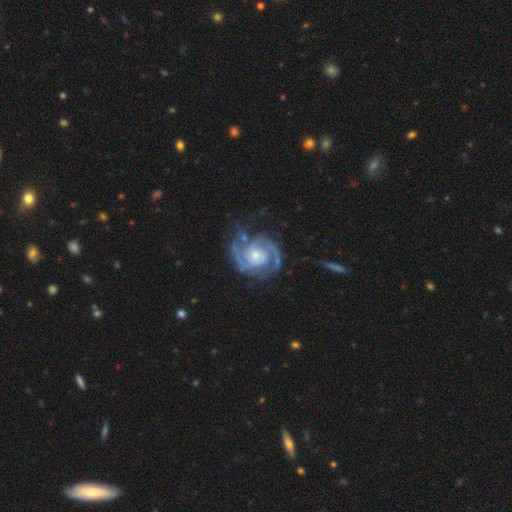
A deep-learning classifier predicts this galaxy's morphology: A featured or disk galaxy (91%) with no bar (67%), 2 (87%) tight (47%) spiral arms (98%) and a small central bulge (54%).

Vote fractions:
- Smooth or featured? featured or disk: 91% / star or artifact: 4% / smooth: 4%
- Edge-on disk? no: 98% / yes: 2%
- Bar? no: 67% / weak: 25% / strong: 8%
- Spiral arms? yes: 98% / no: 2%
- Spiral winding? tight: 47% / medium: 44% / loose: 9%
- Spiral arm count? 2: 87% / 3: 5% / can't tell: 4% / 1: 2% / 4: 2% / more than 4: 2%
- Bulge size? small: 54% / moderate: 35% / large: 5% / none: 4% / dominant: 1%
- Merging? none: 66% / minor disturbance: 19% / major disturbance: 11% / merger: 4%